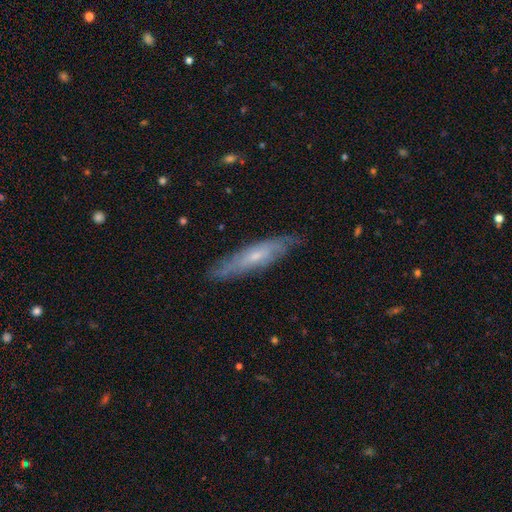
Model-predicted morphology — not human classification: smooth_or_featured: featured or disk (p=0.62) [alt: smooth p=0.32]
disk_edge_on: yes (p=0.53) [alt: no p=0.47]
merging: none (p=0.79) [alt: minor disturbance p=0.17]